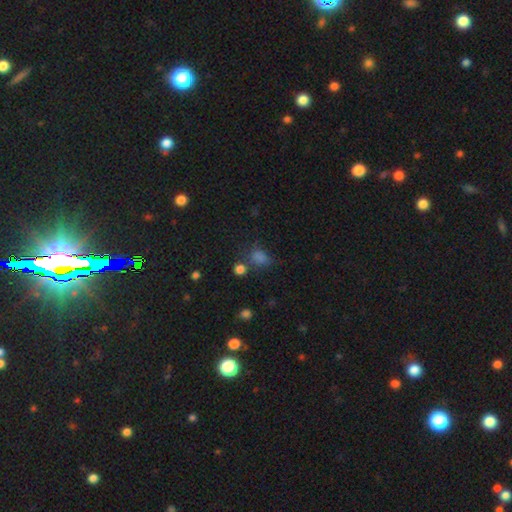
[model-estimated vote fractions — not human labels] Smooth or featured: smooth — 60% (star or artifact — 33%)
How rounded: in between — 50% (round — 47%)
Merging: none — 63% (minor disturbance — 17%)